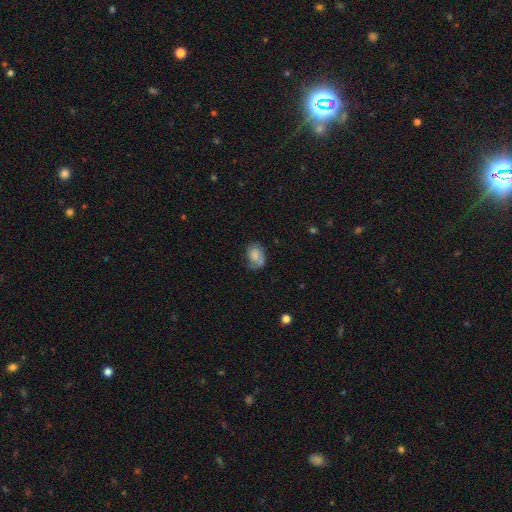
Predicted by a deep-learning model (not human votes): smooth_or_featured: smooth (p=0.51) [alt: featured or disk p=0.40]
how_rounded: in between (p=0.73) [alt: round p=0.26]
merging: none (p=0.52) [alt: minor disturbance p=0.28]